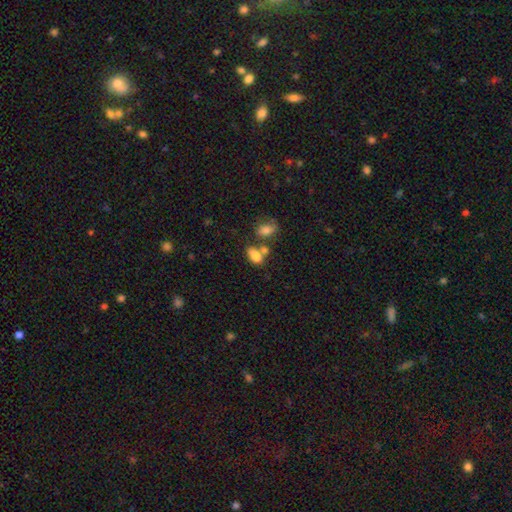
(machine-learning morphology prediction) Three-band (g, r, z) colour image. It shows a smooth galaxy with no disk features (81%) that is in between round and cigar-shaped (87%). Merging: none (44%).